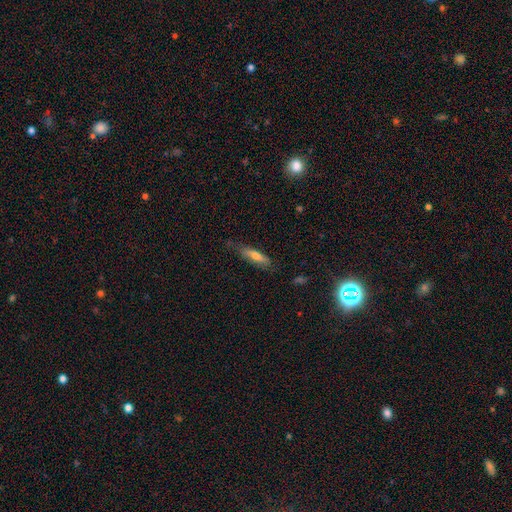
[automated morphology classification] Q: Smooth or featured?
A: smooth (55%); runner-up: featured or disk (34%)
Q: How rounded?
A: cigar-shaped (68%); runner-up: in between (30%)
Q: Merging?
A: none (71%); runner-up: minor disturbance (22%)